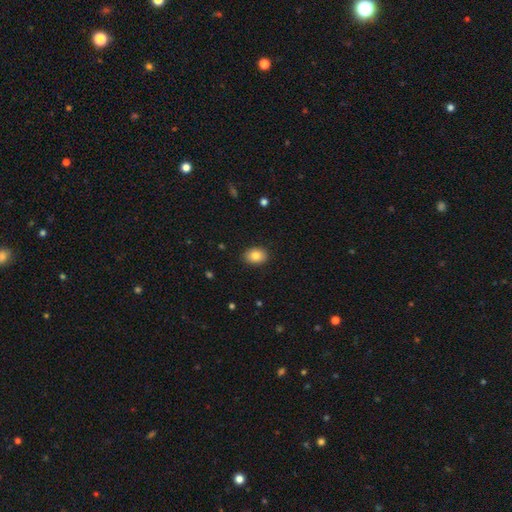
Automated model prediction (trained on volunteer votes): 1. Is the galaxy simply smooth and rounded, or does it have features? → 84% smooth, 8% star or artifact, 8% featured or disk.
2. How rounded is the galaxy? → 70% in between, 29% round, 1% cigar-shaped.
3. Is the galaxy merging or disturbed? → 88% none, 9% minor disturbance, 2% major disturbance, 1% merger.